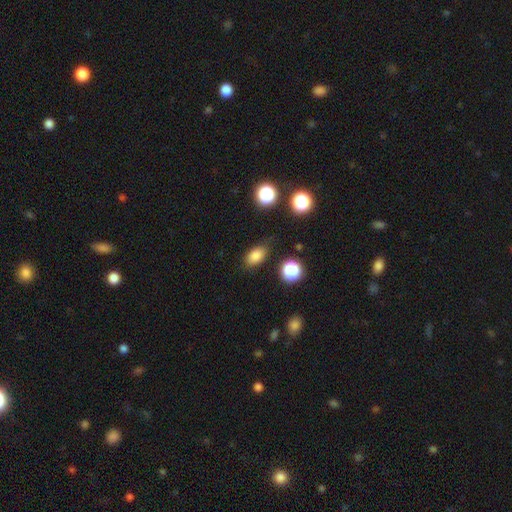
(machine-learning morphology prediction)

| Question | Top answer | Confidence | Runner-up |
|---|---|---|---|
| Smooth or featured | smooth | 82% | star or artifact (12%) |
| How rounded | in between | 83% | round (15%) |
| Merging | none | 80% | minor disturbance (14%) |